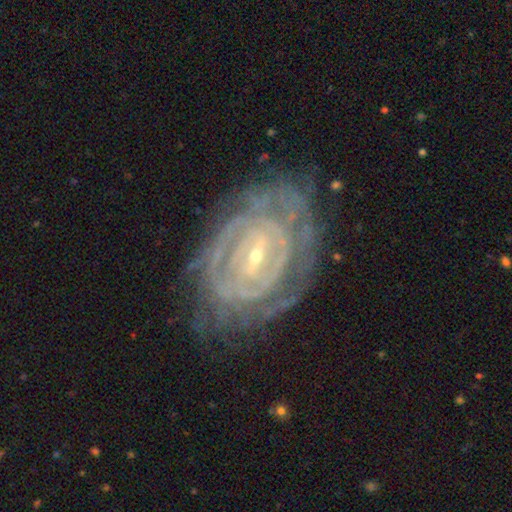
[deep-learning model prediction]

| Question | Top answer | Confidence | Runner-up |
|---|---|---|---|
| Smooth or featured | featured or disk | 87% | smooth (7%) |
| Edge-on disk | no | 96% | yes (4%) |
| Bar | weak | 41% | strong (40%) |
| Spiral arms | yes | 91% | no (9%) |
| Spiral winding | tight | 82% | medium (15%) |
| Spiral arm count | can't tell | 41% | 2 (22%) |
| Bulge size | small | 76% | moderate (20%) |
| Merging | none | 74% | minor disturbance (17%) |